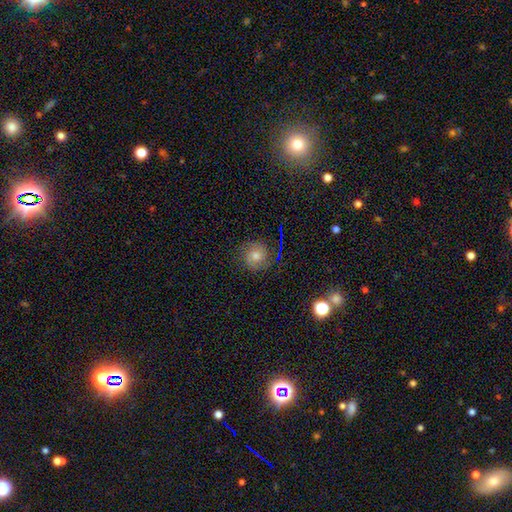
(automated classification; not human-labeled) Smooth or featured? featured or disk (55%)
Edge-on disk? no (97%)
Bar? no (71%)
Spiral arms? yes (91%)
Bulge size? moderate (64%)
Merging? none (81%)